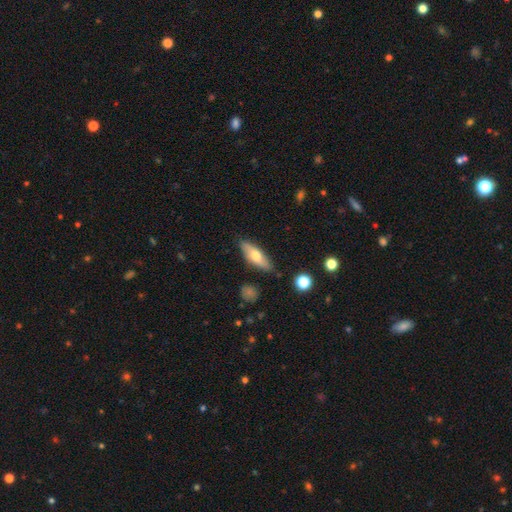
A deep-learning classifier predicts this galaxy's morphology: Overall: smooth (62%; featured or disk 32%). How rounded: in between (61%; cigar-shaped 37%). Merging: none (80%).